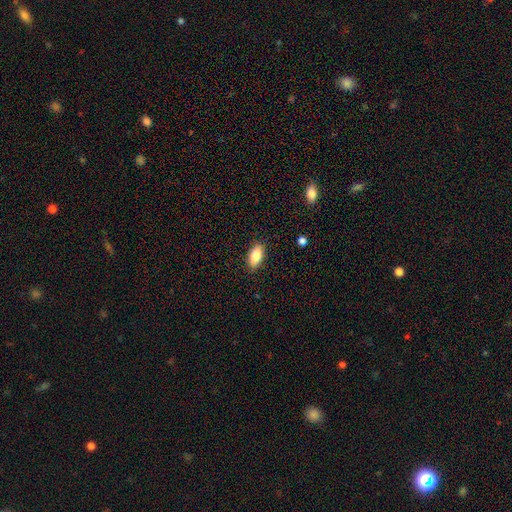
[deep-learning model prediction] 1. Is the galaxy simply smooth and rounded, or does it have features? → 84% smooth, 9% featured or disk, 7% star or artifact.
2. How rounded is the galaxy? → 86% in between, 11% cigar-shaped, 3% round.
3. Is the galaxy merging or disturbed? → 87% none, 9% minor disturbance, 2% major disturbance, 1% merger.